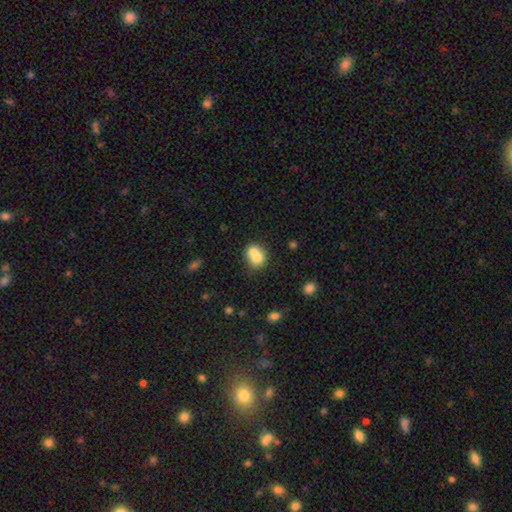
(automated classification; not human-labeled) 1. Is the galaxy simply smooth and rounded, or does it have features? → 72% smooth, 19% featured or disk, 9% star or artifact.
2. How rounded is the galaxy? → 59% round, 40% in between, 1% cigar-shaped.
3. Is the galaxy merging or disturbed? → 61% merger, 28% none, 8% minor disturbance, 3% major disturbance.